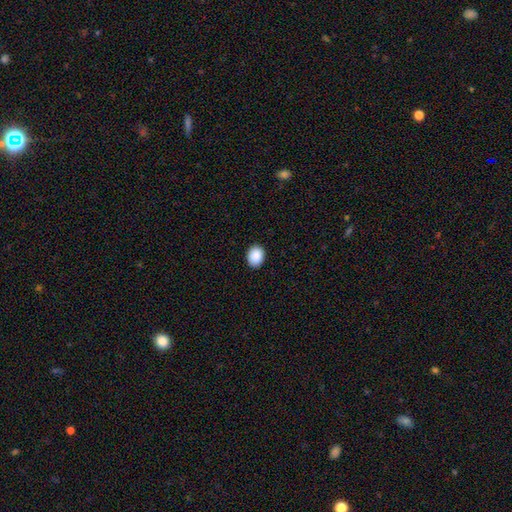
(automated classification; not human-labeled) smooth 90%, star or artifact 8%, featured or disk 3%. Down the decision tree: how rounded — in between (56%); merging — none (90%).